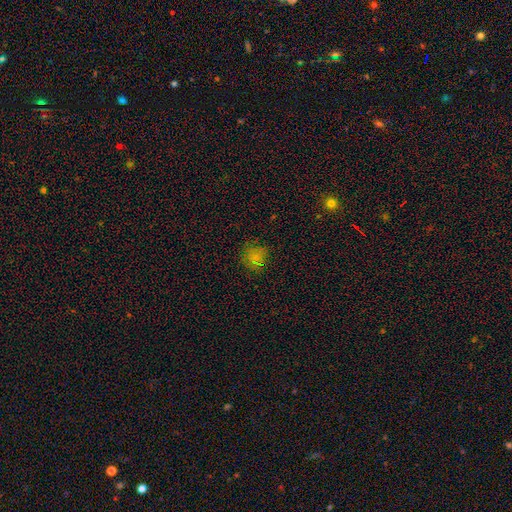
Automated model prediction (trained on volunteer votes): smooth-or-featured: smooth: 67% | star or artifact: 27% | featured or disk: 7%
  how-rounded: round: 86% | in between: 13% | cigar-shaped: 1%
  merging: none: 80% | minor disturbance: 14% | major disturbance: 4% | merger: 2%